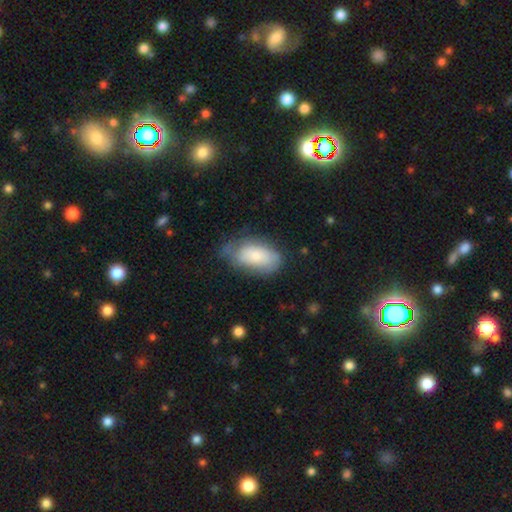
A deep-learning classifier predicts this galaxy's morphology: A smooth galaxy with no disk features (71%) that is in between round and cigar-shaped (93%). Merging: none (56%).